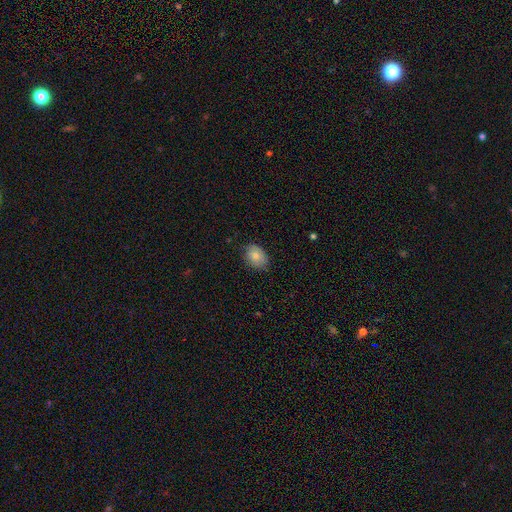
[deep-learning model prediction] smooth_or_featured: smooth (p=0.81) [alt: featured or disk p=0.11]
how_rounded: in between (p=0.74) [alt: round p=0.25]
merging: none (p=0.75) [alt: minor disturbance p=0.20]